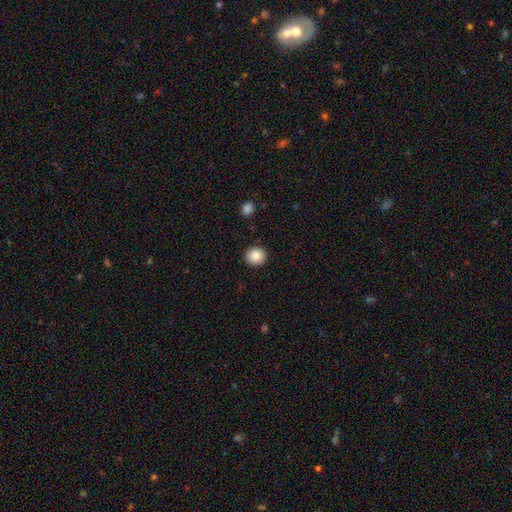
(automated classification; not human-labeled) A smooth galaxy with no disk features (86%) that is round (83%).

Vote fractions:
- Smooth or featured? smooth: 86% / star or artifact: 8% / featured or disk: 5%
- How rounded? round: 83% / in between: 17% / cigar-shaped: 1%
- Merging? none: 91% / minor disturbance: 6% / major disturbance: 2% / merger: 1%